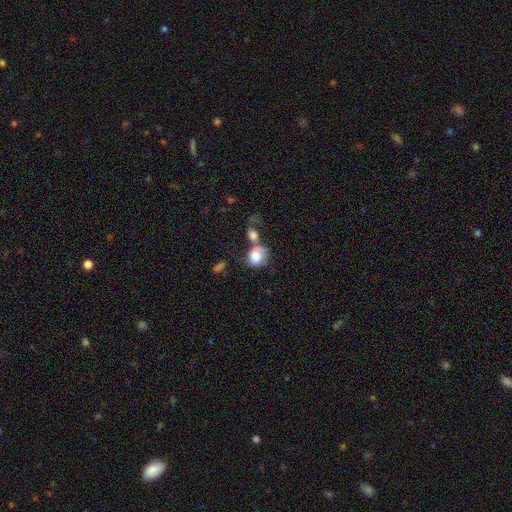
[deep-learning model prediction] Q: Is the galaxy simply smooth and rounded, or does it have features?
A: smooth — 72%.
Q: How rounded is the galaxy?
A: round — 54%.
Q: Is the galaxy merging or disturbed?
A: merger — 50%.